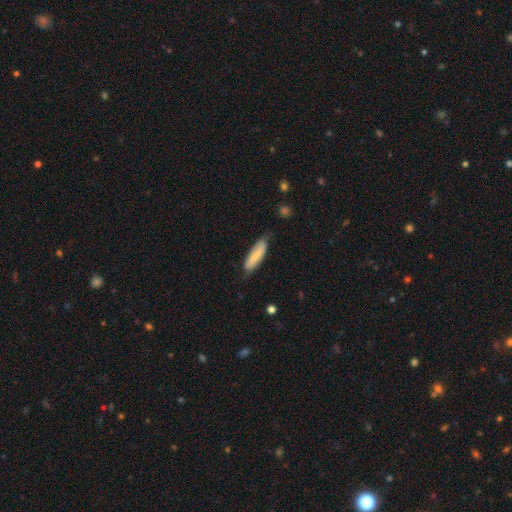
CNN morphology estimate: type=smooth (71%); roundness=cigar-shaped (56%); merging=none (67%).